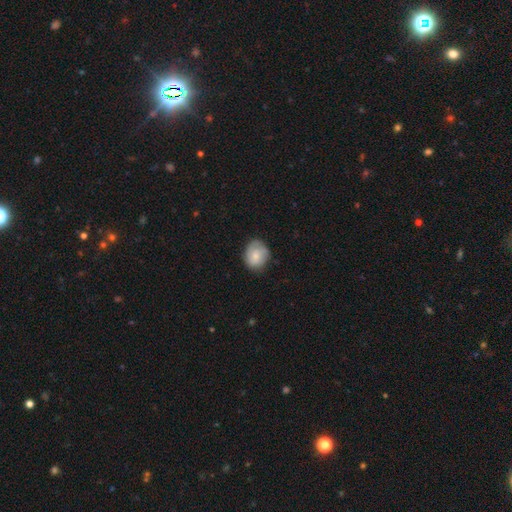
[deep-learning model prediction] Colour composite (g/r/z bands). It shows a smooth galaxy with no disk features (73%) that is round (62%). Merging: none (67%).